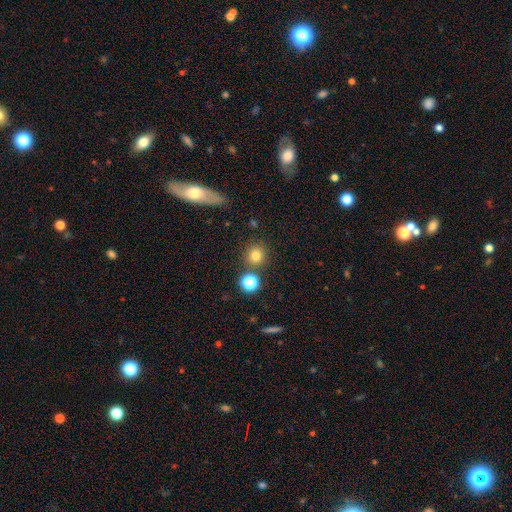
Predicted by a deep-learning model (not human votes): smooth-or-featured: smooth: 78% | star or artifact: 15% | featured or disk: 7%
  how-rounded: round: 90% | in between: 9% | cigar-shaped: 1%
  merging: none: 79% | minor disturbance: 9% | merger: 9% | major disturbance: 4%